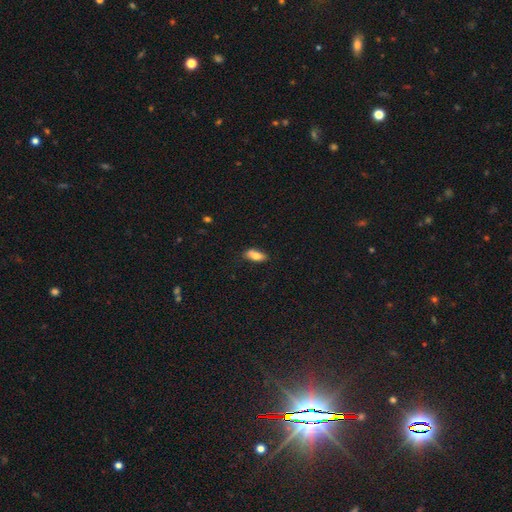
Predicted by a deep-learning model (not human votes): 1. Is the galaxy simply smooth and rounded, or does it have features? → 76% smooth, 17% featured or disk, 7% star or artifact.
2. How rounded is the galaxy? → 81% in between, 16% cigar-shaped, 3% round.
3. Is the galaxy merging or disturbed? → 76% none, 18% minor disturbance, 3% major disturbance, 3% merger.